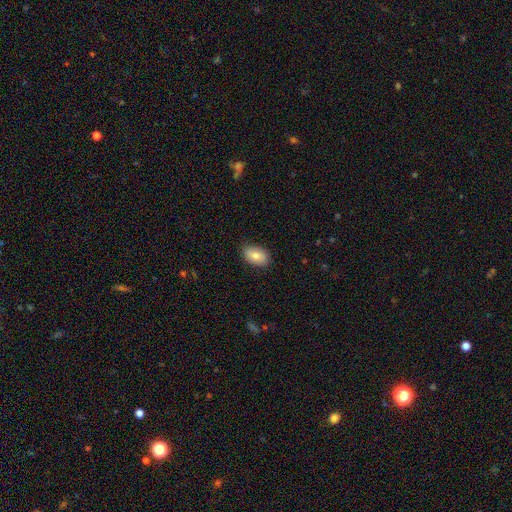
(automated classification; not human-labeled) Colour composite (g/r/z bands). It shows a smooth galaxy with no disk features (81%) that is in between round and cigar-shaped (90%). Merging: none (85%).